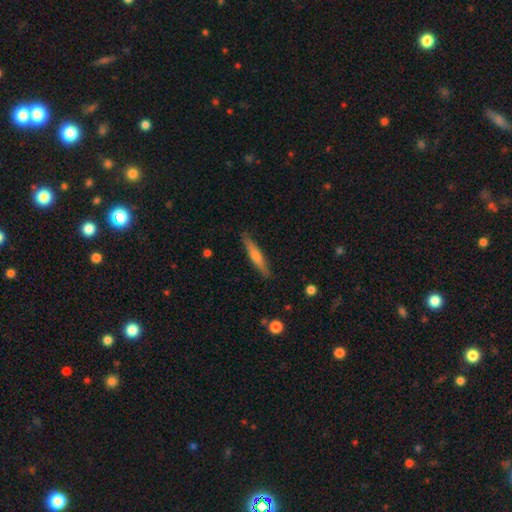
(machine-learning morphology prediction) The model was most divided on "smooth or featured": smooth: 48%, featured or disk: 46%, star or artifact: 6%. More confident: merging — none (89%).